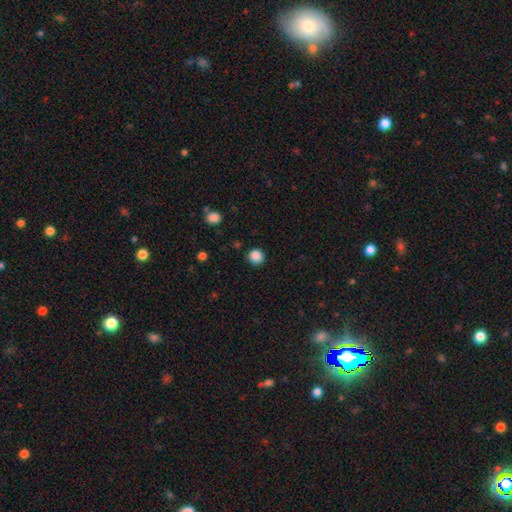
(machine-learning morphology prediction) Overall: smooth (86%). How rounded: round (93%). Merging: none (89%).